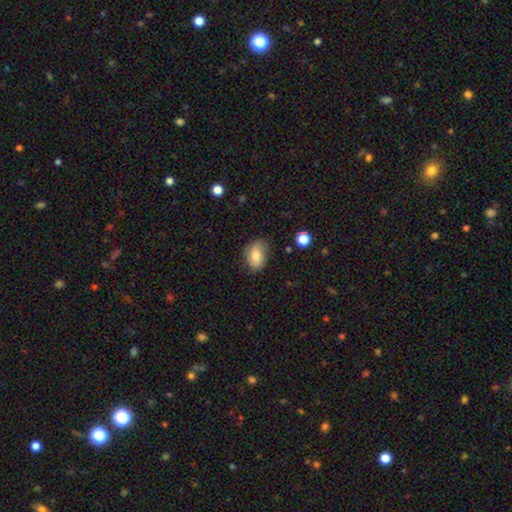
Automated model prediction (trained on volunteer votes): Overall: smooth (76%). How rounded: in between (82%). Merging: none (72%).